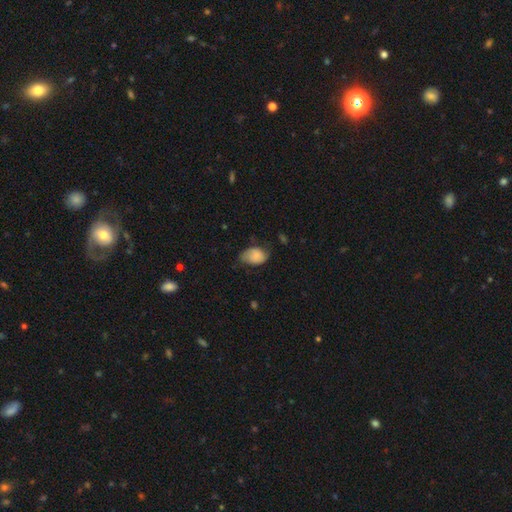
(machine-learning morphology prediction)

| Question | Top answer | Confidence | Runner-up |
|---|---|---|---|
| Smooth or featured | smooth | 73% | featured or disk (19%) |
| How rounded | in between | 85% | round (14%) |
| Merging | none | 49% | minor disturbance (38%) |